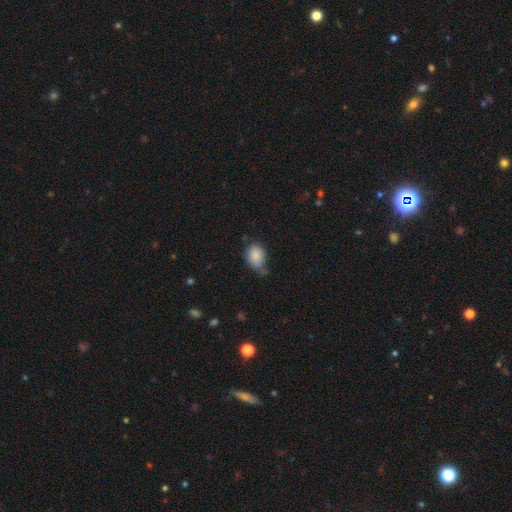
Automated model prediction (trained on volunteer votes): smooth_or_featured: smooth (p=0.86) [alt: star or artifact p=0.08]
how_rounded: in between (p=0.69) [alt: round p=0.29]
merging: none (p=0.51) [alt: minor disturbance p=0.34]